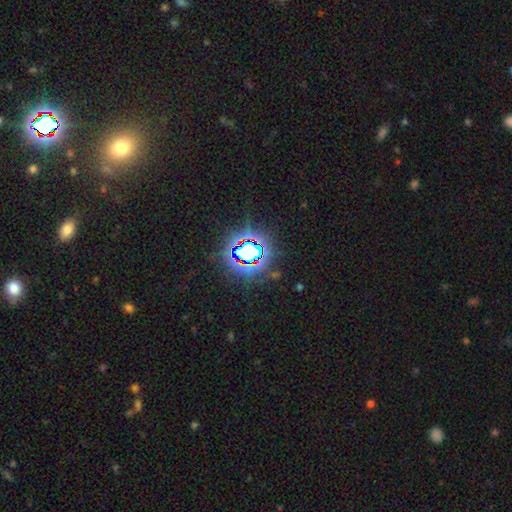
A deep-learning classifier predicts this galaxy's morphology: smooth_or_featured: star or artifact (p=0.81) [alt: smooth p=0.11]